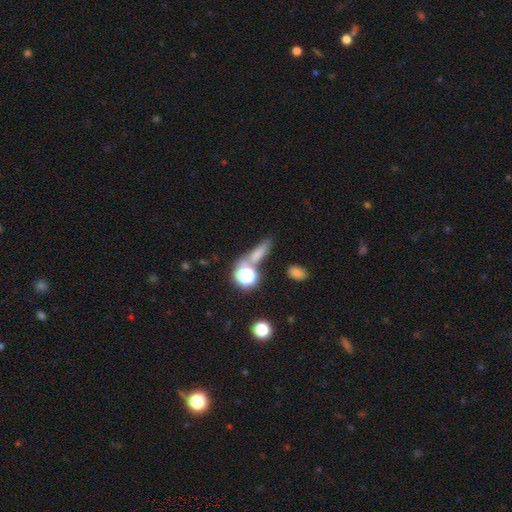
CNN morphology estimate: Q: Smooth or featured?
A: smooth (60%); runner-up: star or artifact (25%)
Q: How rounded?
A: cigar-shaped (45%); runner-up: in between (30%)
Q: Merging?
A: none (62%); runner-up: merger (19%)